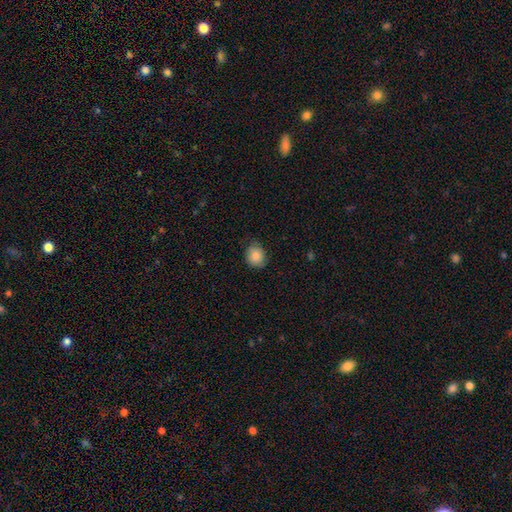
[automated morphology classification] The model was most divided on "how rounded": round: 71%, in between: 29%, cigar-shaped: 1%. More confident: smooth or featured — smooth (86%); merging — none (76%).